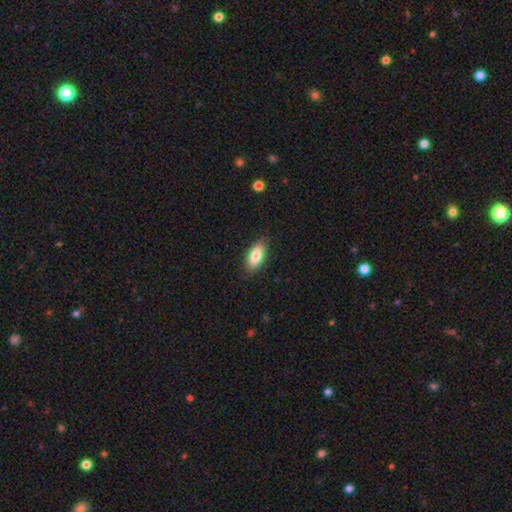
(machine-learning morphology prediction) smooth-or-featured: smooth: 81% | featured or disk: 12% | star or artifact: 7%
  how-rounded: in between: 85% | cigar-shaped: 12% | round: 3%
  merging: none: 87% | minor disturbance: 10% | major disturbance: 2% | merger: 1%